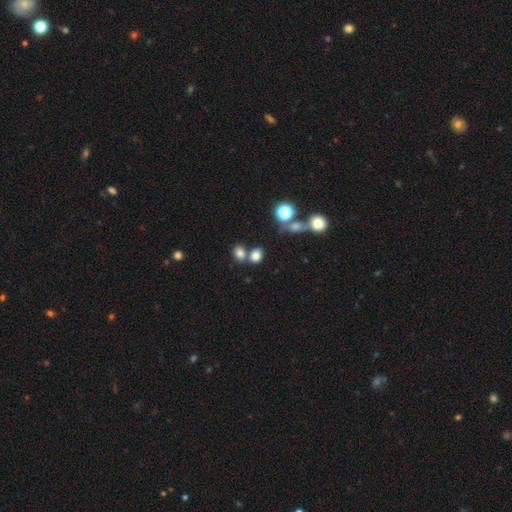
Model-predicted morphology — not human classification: type=smooth (77%); roundness=in between (53%); merging=none (52%).